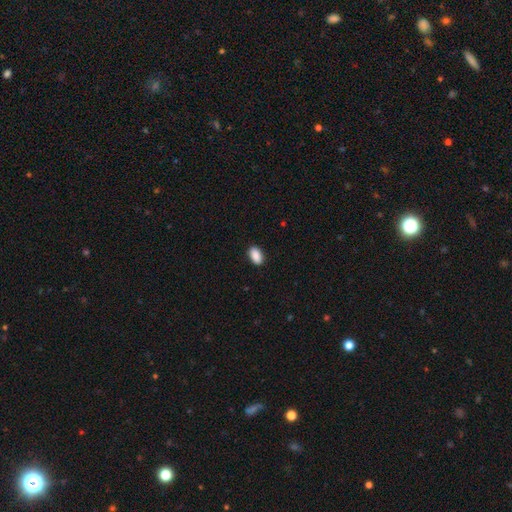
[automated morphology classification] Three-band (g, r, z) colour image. It shows a smooth galaxy with no disk features (90%) that is in between round and cigar-shaped (92%). Merging: none (88%).